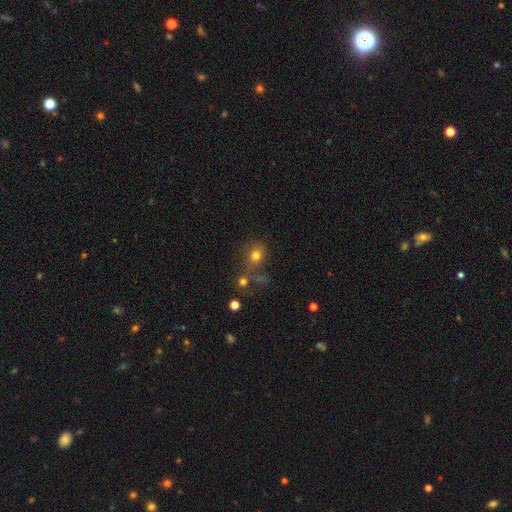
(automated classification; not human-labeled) smooth_or_featured: smooth (p=0.73) [alt: star or artifact p=0.15]
how_rounded: round (p=0.64) [alt: in between p=0.34]
merging: none (p=0.52) [alt: merger p=0.23]